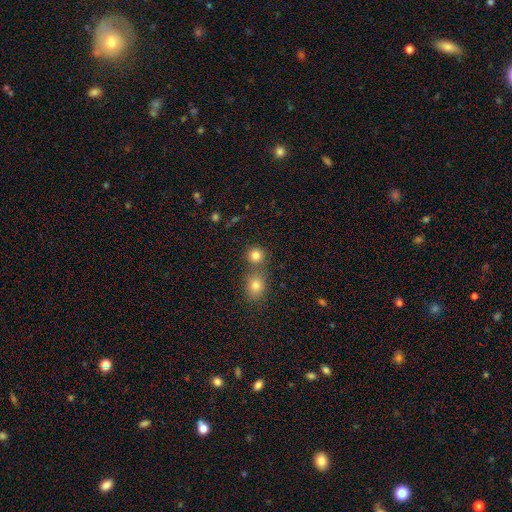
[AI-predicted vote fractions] This appears to be a smooth galaxy with no disk features (81%) that is round (88%). Merging: none (62%).